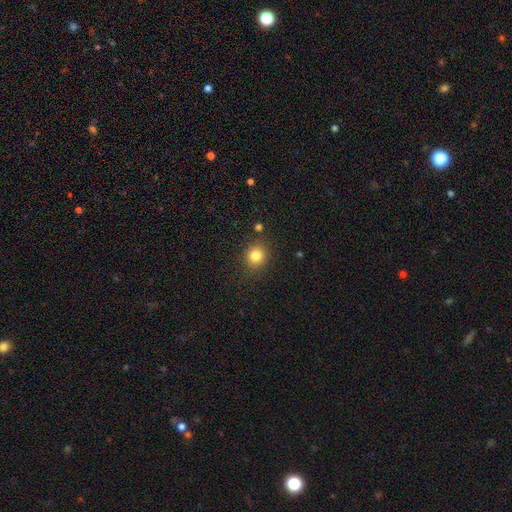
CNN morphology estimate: Smooth or featured? Predicted: smooth (p=0.82). How rounded? Predicted: round (p=0.83). Merging? Predicted: none (p=0.84).